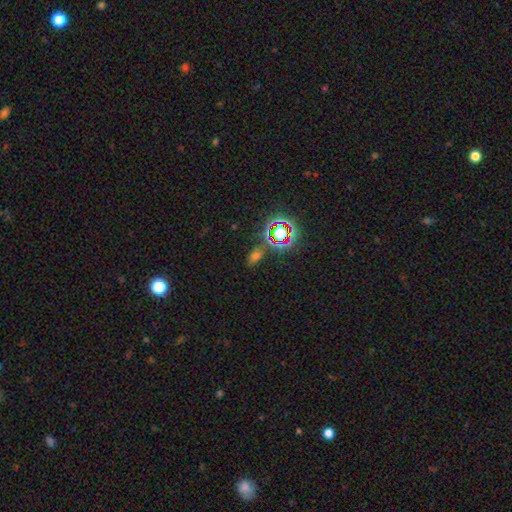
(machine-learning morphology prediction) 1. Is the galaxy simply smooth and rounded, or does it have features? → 45% smooth, 44% star or artifact, 11% featured or disk.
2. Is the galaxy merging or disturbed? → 71% none, 13% minor disturbance, 9% merger, 6% major disturbance.